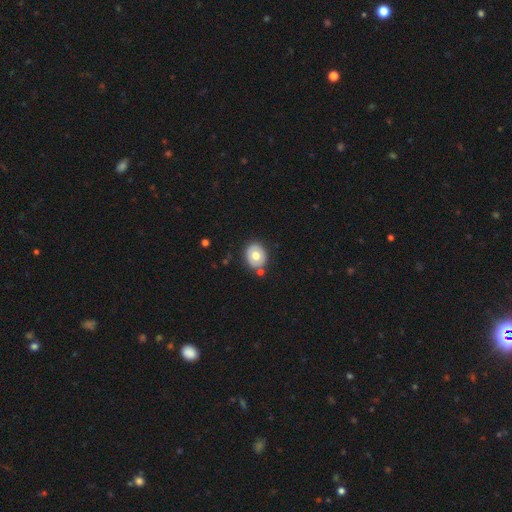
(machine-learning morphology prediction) The model was most divided on "how rounded": round: 57%, in between: 42%, cigar-shaped: 1%. More confident: merging — none (78%); smooth or featured — smooth (61%).